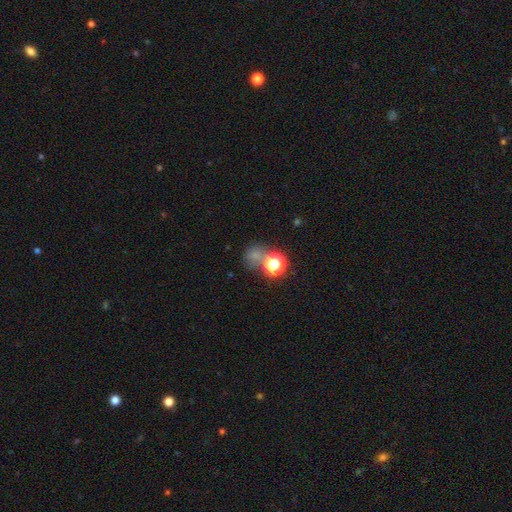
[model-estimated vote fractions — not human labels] Smooth or featured? smooth (56%)
How rounded? round (73%)
Merging? none (51%)